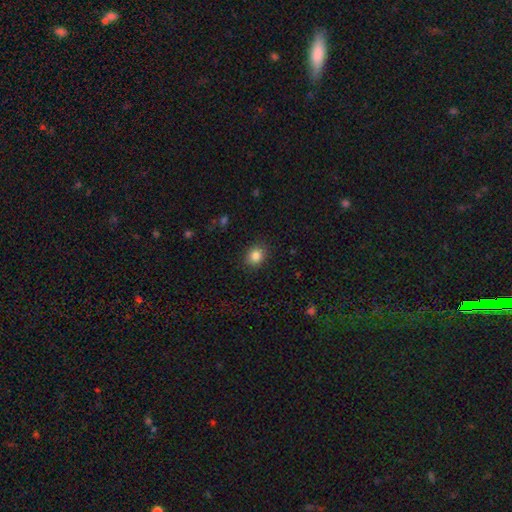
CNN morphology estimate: type=smooth (85%); roundness=round (67%); merging=none (88%).